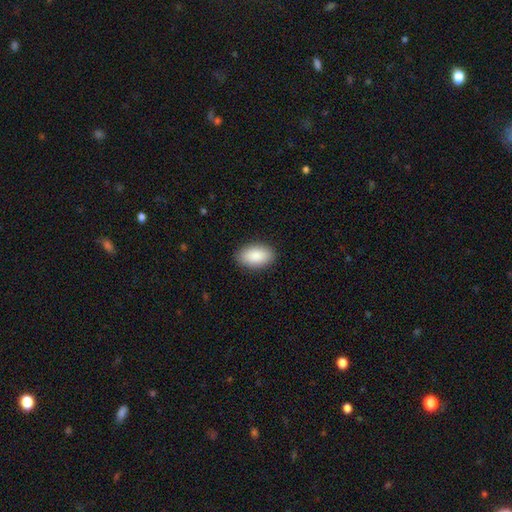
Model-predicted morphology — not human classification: Overall: smooth (90%). How rounded: in between (95%). Merging: none (89%).